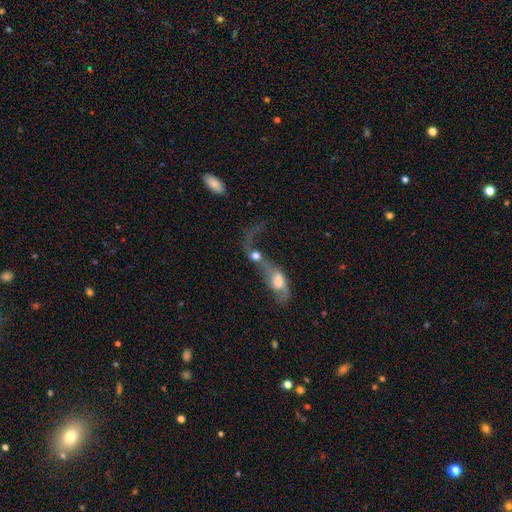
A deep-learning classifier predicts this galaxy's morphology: smooth_or_featured: smooth (p=0.45) [alt: featured or disk p=0.42]
merging: merger (p=0.75) [alt: major disturbance p=0.12]